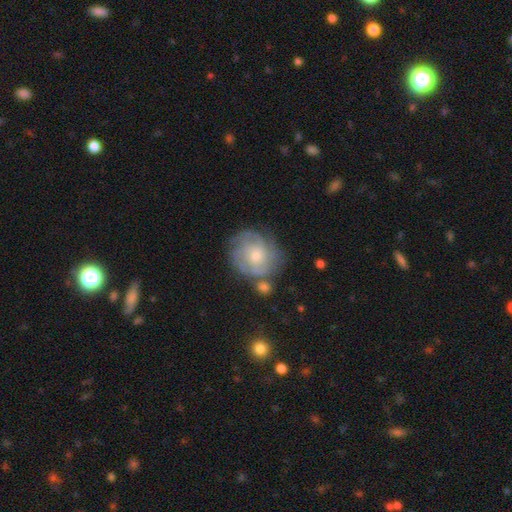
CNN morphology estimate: featured or disk 71%, smooth 21%, star or artifact 8%. Down the decision tree: edge-on disk — no (97%); bar — no (74%); spiral arms — yes (90%); spiral arm count — can't tell (38%); spiral winding — tight (66%); bulge size — small (48%); merging — none (68%).